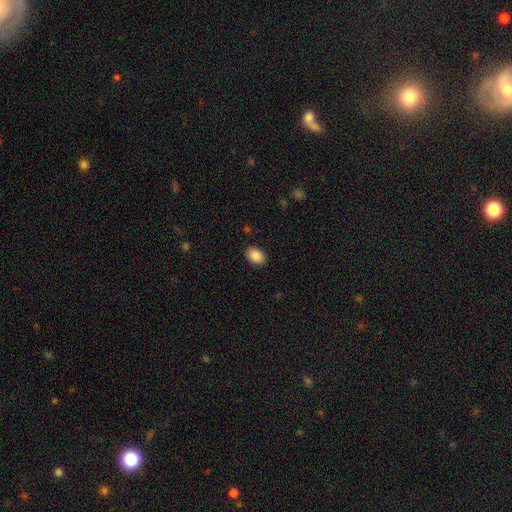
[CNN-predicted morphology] This is clearly a smooth galaxy (87%). How rounded: clearly in between (82%). Merging: clearly none (89%).